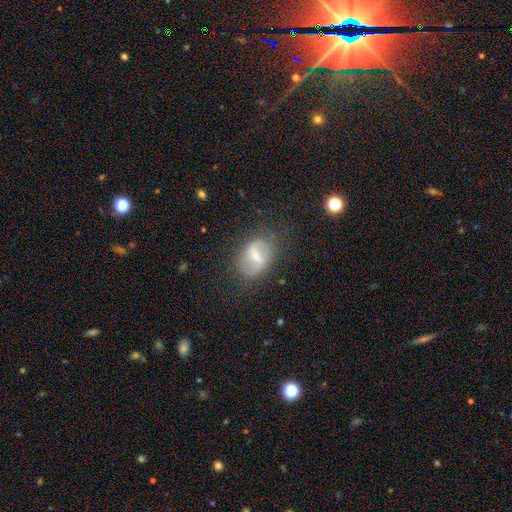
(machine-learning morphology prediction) A featured or disk galaxy (63%) with a strong bar (49%), spiral arms (69%) and a small central bulge (46%). Merging: none (73%).